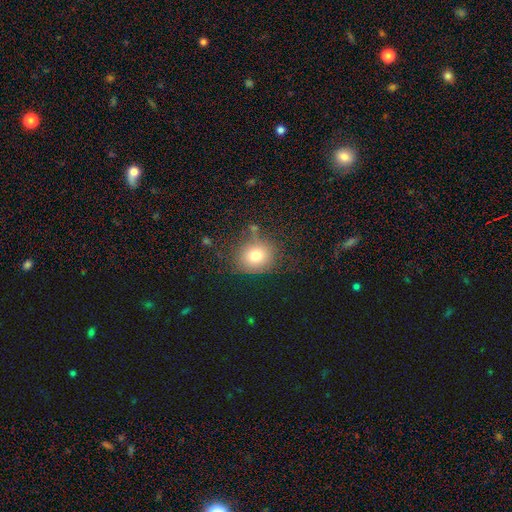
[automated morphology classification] Smooth or featured? Predicted: smooth (p=0.76). How rounded? Predicted: round (p=0.74). Merging? Predicted: none (p=0.73).